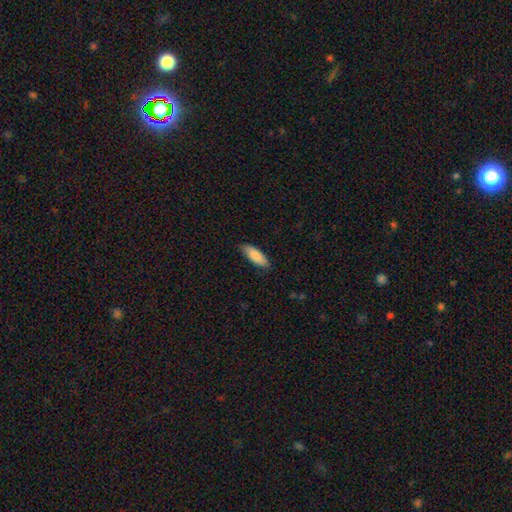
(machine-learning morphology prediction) Overall: smooth (86%). How rounded: in between (71%). Merging: none (84%).